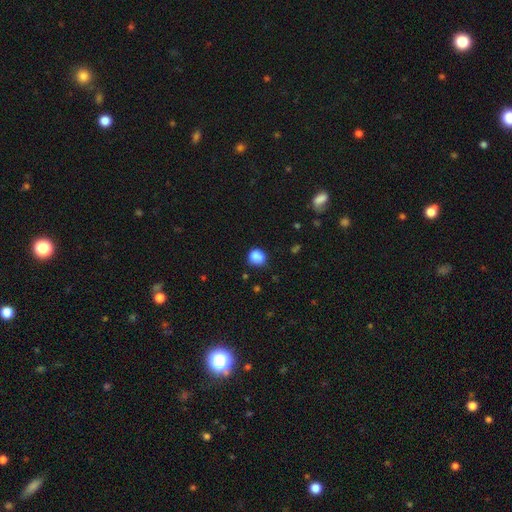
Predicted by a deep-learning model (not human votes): Smooth or featured? smooth (83%)
How rounded? round (73%)
Merging? none (62%)